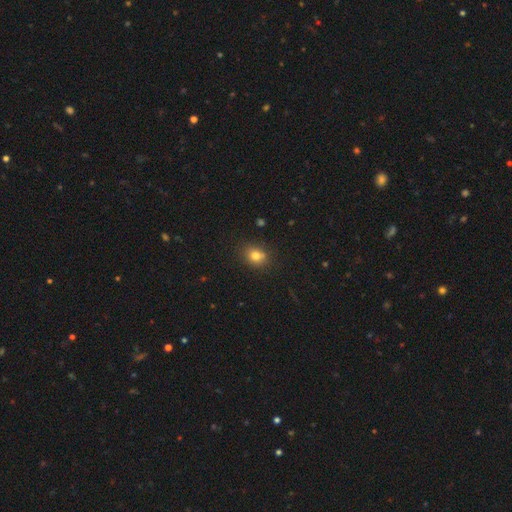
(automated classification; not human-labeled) Smooth or featured?
  - smooth: 77% *
  - star or artifact: 14%
  - featured or disk: 9%
How rounded?
  - round: 60% *
  - in between: 39%
  - cigar-shaped: 1%
Merging?
  - none: 77% *
  - minor disturbance: 13%
  - merger: 6%
  - major disturbance: 3%